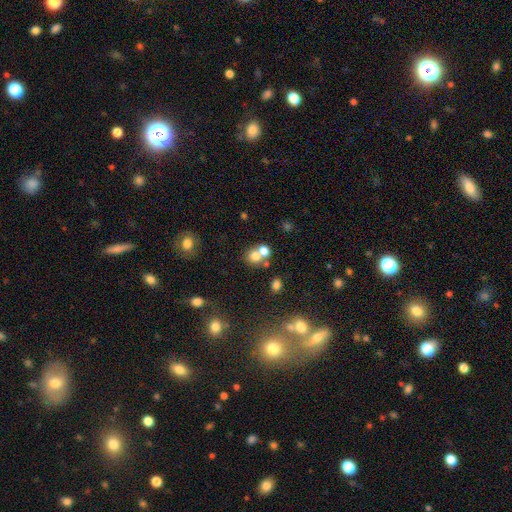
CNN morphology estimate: Overall: smooth (72%). How rounded: round (75%). Merging: merger (50%; none 39%).